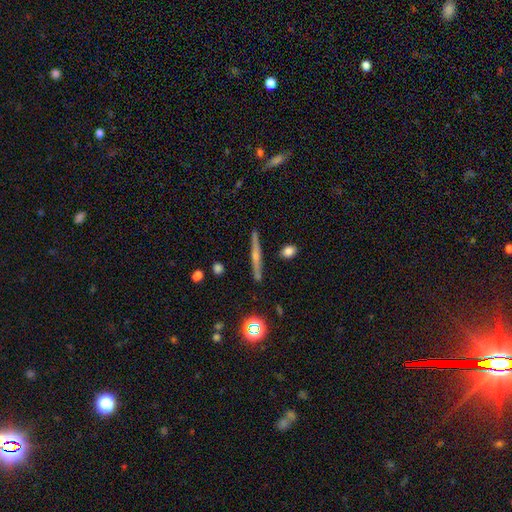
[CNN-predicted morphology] Overall: featured or disk (68%). Edge-on disk: yes (98%). Edge-on bulge: rounded (73%). Merging: none (90%).